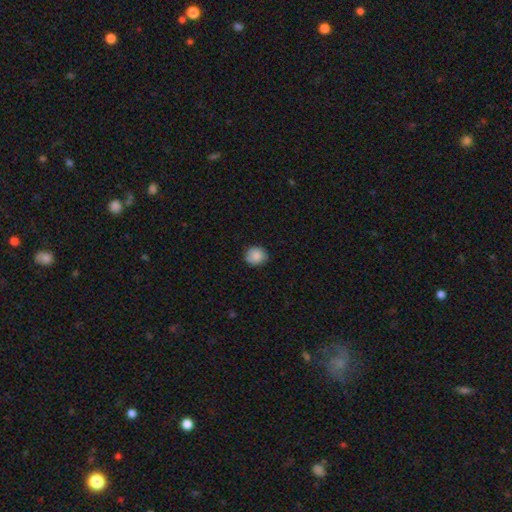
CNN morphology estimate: smooth_or_featured: smooth (p=0.87) [alt: star or artifact p=0.08]
how_rounded: round (p=0.79) [alt: in between p=0.21]
merging: none (p=0.85) [alt: minor disturbance p=0.12]